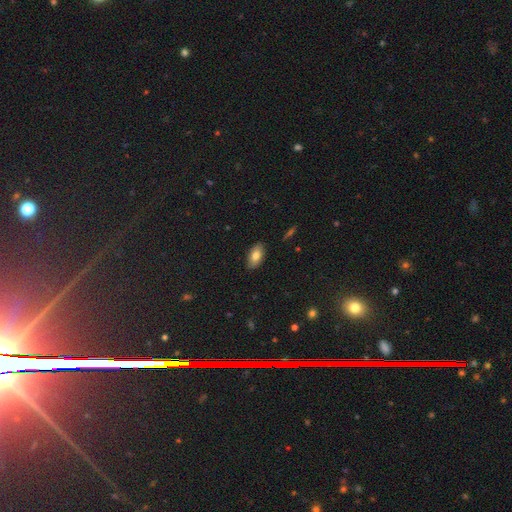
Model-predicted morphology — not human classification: smooth 78%, featured or disk 14%, star or artifact 8%. Down the decision tree: how rounded — in between (93%); merging — none (86%).